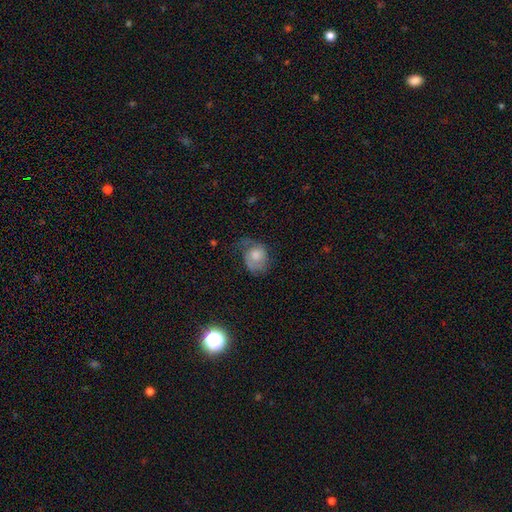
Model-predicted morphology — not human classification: This appears to be a smooth galaxy with no disk features (54%) that is round (58%). Merging: none (39%).